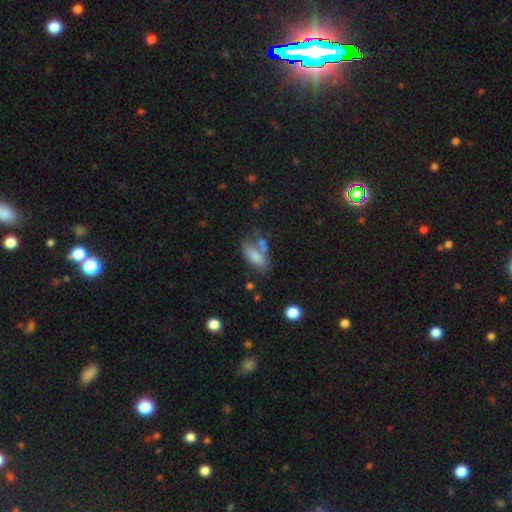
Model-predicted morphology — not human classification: Q: Smooth or featured?
A: smooth (74%); runner-up: featured or disk (18%)
Q: How rounded?
A: in between (86%); runner-up: cigar-shaped (11%)
Q: Merging?
A: none (44%); runner-up: merger (24%)